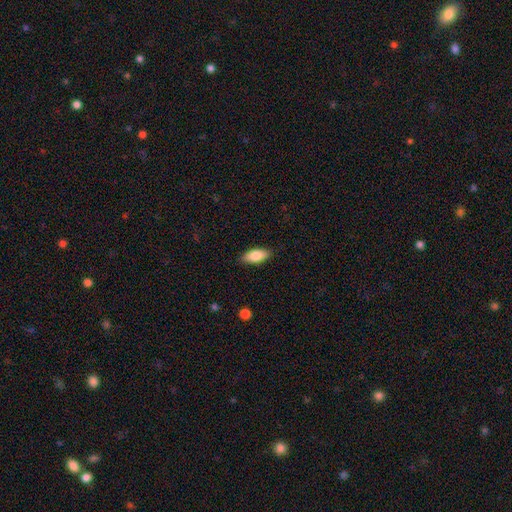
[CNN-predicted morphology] Q: Smooth or featured?
A: smooth (82%); runner-up: featured or disk (11%)
Q: How rounded?
A: in between (83%); runner-up: cigar-shaped (14%)
Q: Merging?
A: none (86%); runner-up: minor disturbance (11%)